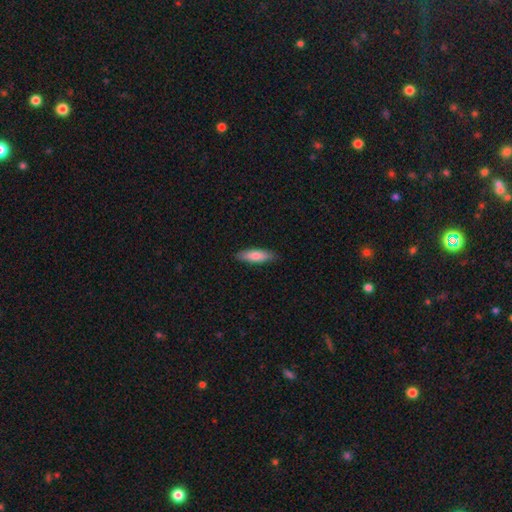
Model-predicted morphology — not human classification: Smooth or featured? smooth (79%)
How rounded? cigar-shaped (54%)
Merging? none (87%)